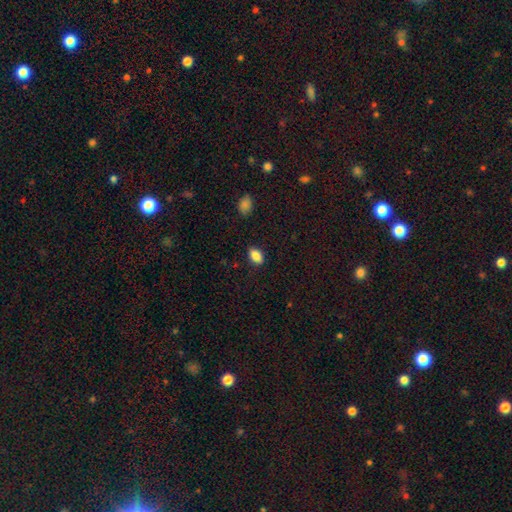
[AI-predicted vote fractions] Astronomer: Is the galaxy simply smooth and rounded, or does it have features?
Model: smooth — 86%.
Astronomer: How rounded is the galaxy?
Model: in between — 89%.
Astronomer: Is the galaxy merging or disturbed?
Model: none — 87%.